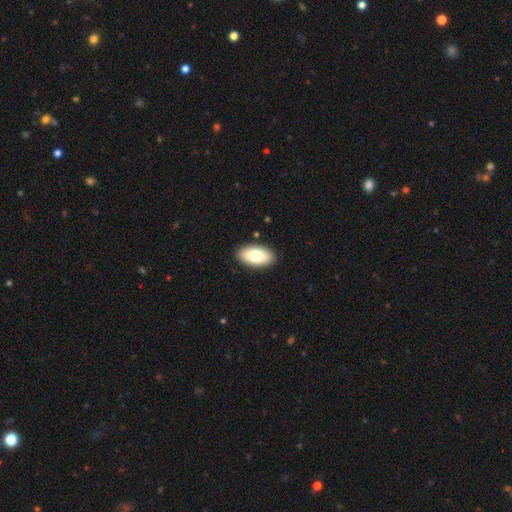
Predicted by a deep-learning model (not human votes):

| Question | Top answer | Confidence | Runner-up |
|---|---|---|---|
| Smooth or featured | smooth | 77% | featured or disk (16%) |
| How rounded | in between | 94% | round (3%) |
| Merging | none | 90% | minor disturbance (8%) |